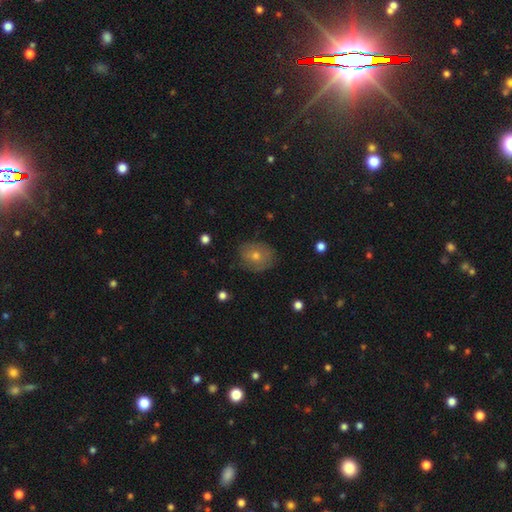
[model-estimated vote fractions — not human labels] The model was most divided on "how rounded": round: 57%, in between: 42%, cigar-shaped: 1%. More confident: merging — none (79%); smooth or featured — smooth (58%).